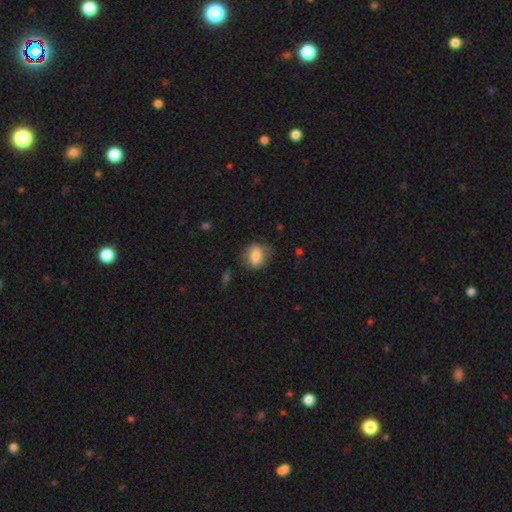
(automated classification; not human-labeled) Q: Smooth or featured?
A: smooth (79%); runner-up: featured or disk (14%)
Q: How rounded?
A: in between (56%); runner-up: round (42%)
Q: Merging?
A: none (70%); runner-up: minor disturbance (21%)